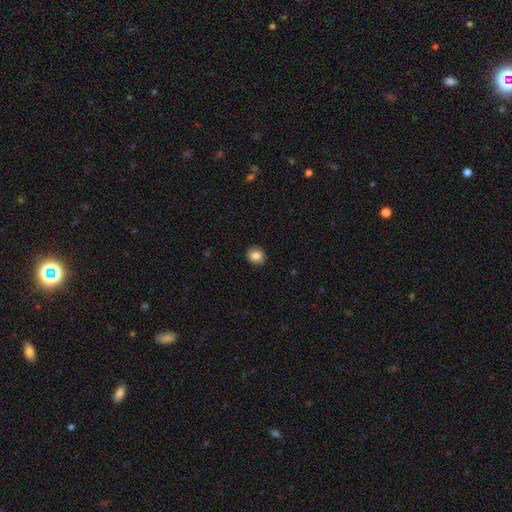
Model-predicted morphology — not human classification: Q: Smooth or featured?
A: smooth (85%); runner-up: star or artifact (9%)
Q: How rounded?
A: round (76%); runner-up: in between (23%)
Q: Merging?
A: none (91%); runner-up: minor disturbance (7%)